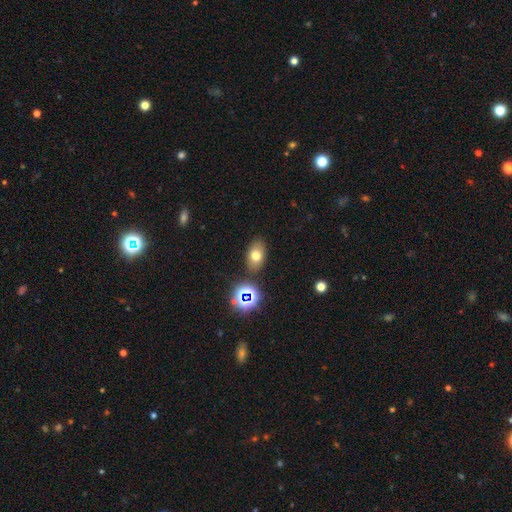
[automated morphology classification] A smooth galaxy with no disk features (69%) that is in between round and cigar-shaped (83%).

Vote fractions:
- Smooth or featured? smooth: 69% / star or artifact: 17% / featured or disk: 15%
- How rounded? in between: 83% / round: 16% / cigar-shaped: 2%
- Merging? none: 81% / minor disturbance: 11% / merger: 5% / major disturbance: 3%